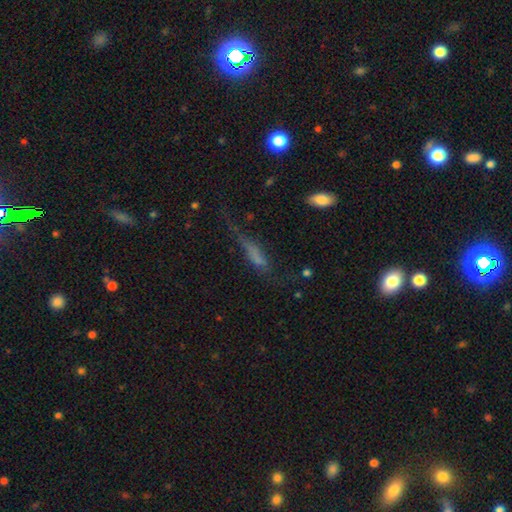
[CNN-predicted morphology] Overall: smooth (56%; featured or disk 29%). How rounded: cigar-shaped (72%). Merging: none (36%; major disturbance 34%).